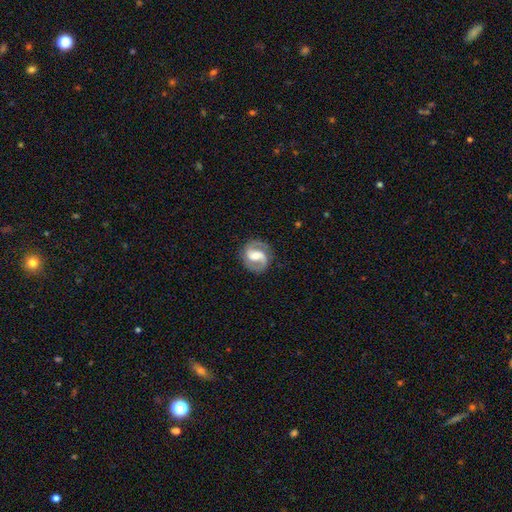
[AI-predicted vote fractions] Q: Smooth or featured?
A: featured or disk (84%); runner-up: smooth (11%)
Q: Edge-on disk?
A: no (98%); runner-up: yes (2%)
Q: Bar?
A: weak (45%); runner-up: strong (35%)
Q: Spiral arms?
A: yes (94%); runner-up: no (6%)
Q: Spiral winding?
A: medium (54%); runner-up: tight (26%)
Q: Spiral arm count?
A: 2 (90%); runner-up: 1 (3%)
Q: Bulge size?
A: moderate (54%); runner-up: small (23%)
Q: Merging?
A: none (82%); runner-up: minor disturbance (12%)